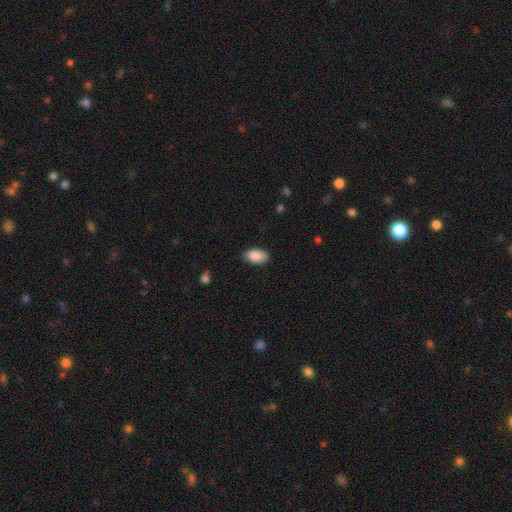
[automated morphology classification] Smooth or featured? smooth (88%)
How rounded? in between (93%)
Merging? none (83%)